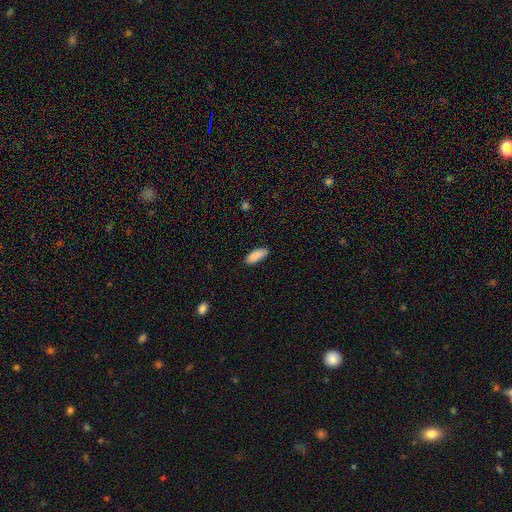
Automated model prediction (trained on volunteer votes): Morphology: type=smooth (90%); roundness=in between (74%); merging=none (84%).